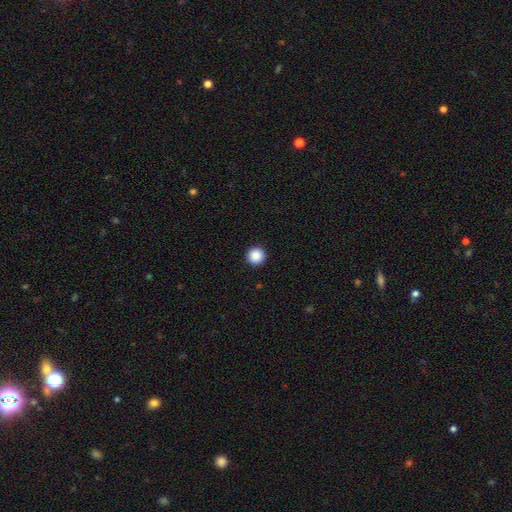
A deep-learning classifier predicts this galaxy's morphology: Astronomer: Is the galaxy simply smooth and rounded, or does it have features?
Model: smooth — 88%.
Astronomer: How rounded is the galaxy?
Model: round — 96%.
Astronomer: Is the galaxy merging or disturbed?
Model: none — 94%.